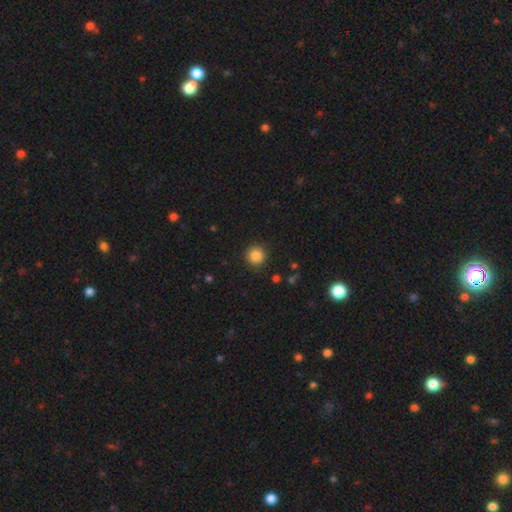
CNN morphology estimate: smooth_or_featured: smooth (p=0.84) [alt: star or artifact p=0.11]
how_rounded: round (p=0.94) [alt: in between p=0.05]
merging: none (p=0.91) [alt: minor disturbance p=0.06]